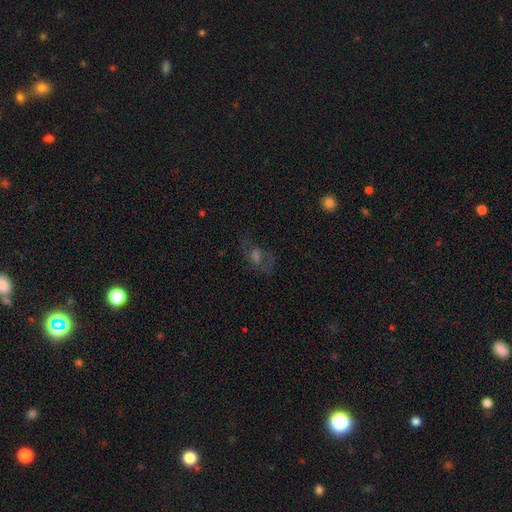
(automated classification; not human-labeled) Smooth or featured? featured or disk (51%)
Edge-on disk? no (93%)
Merging? none (59%)